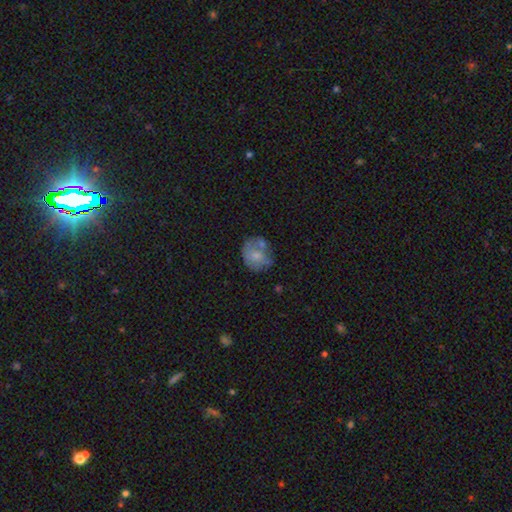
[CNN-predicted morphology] A smooth galaxy with no disk features (64%) that is round (67%). Merging: none (46%).